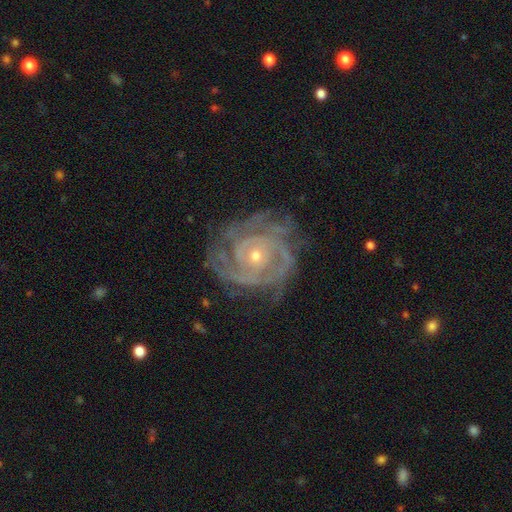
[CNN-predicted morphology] featured or disk 90%, star or artifact 6%, smooth 4%. Down the decision tree: edge-on disk — no (97%); bar — no (78%); spiral arms — yes (97%); spiral arm count — can't tell (24%, tied with 3); spiral winding — tight (73%); bulge size — small (67%); merging — none (70%).